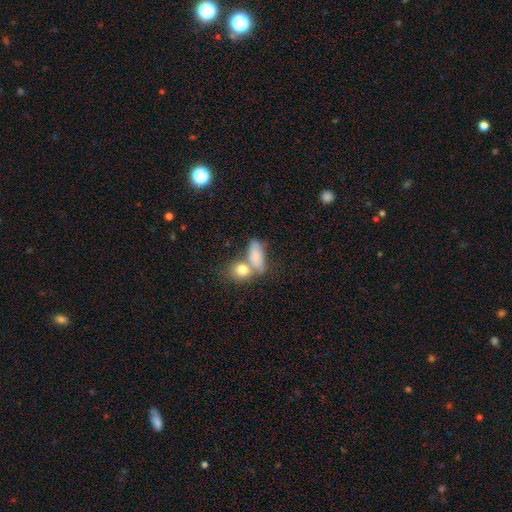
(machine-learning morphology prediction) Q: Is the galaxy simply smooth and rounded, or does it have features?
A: smooth — 78%.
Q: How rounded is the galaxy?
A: in between — 78%.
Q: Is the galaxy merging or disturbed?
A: merger — 44%.